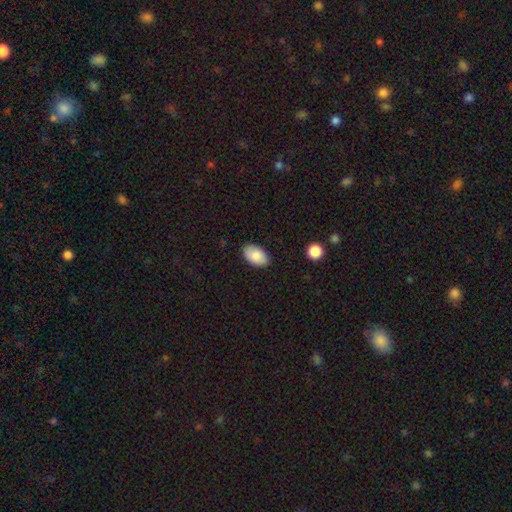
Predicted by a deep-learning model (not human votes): Smooth or featured? smooth (85%)
How rounded? in between (94%)
Merging? none (86%)